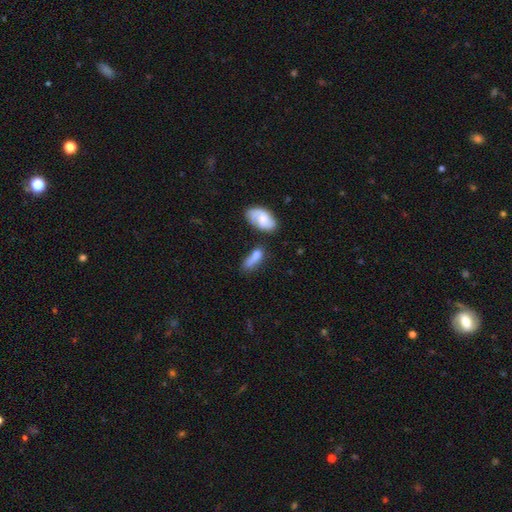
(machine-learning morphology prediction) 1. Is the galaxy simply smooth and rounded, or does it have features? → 70% smooth, 21% featured or disk, 9% star or artifact.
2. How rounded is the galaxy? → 63% in between, 30% cigar-shaped, 7% round.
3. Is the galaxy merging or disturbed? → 43% none, 23% merger, 22% minor disturbance, 12% major disturbance.